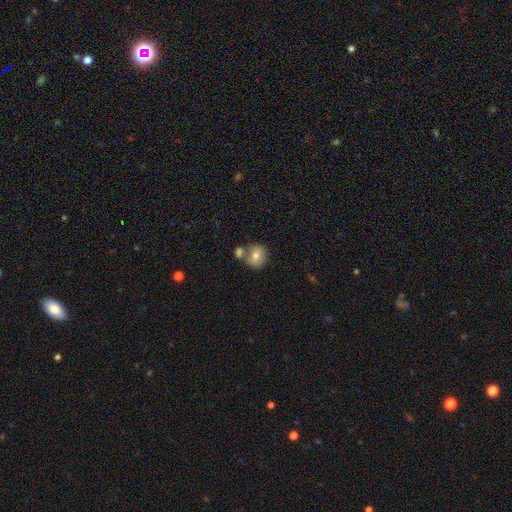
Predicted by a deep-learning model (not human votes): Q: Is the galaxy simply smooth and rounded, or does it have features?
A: smooth — 74%.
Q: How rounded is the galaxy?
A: round — 81%.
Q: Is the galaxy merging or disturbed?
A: none — 54%.